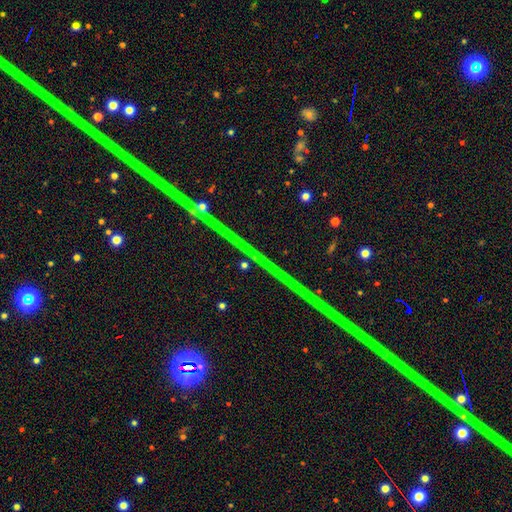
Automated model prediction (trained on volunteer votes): A star or artifact, not a galaxy (85%).